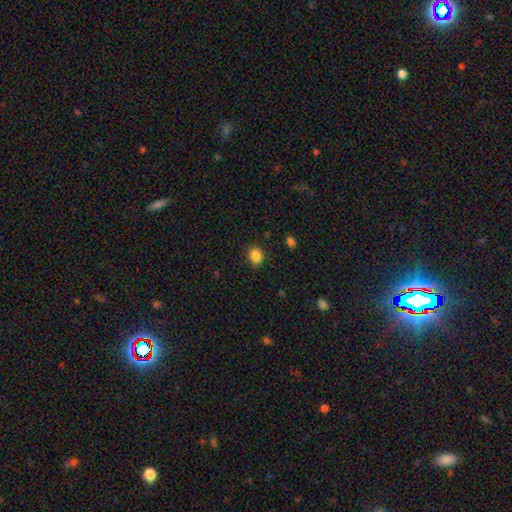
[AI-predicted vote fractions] Morphology: type=smooth (86%); roundness=round (60%); merging=none (87%).